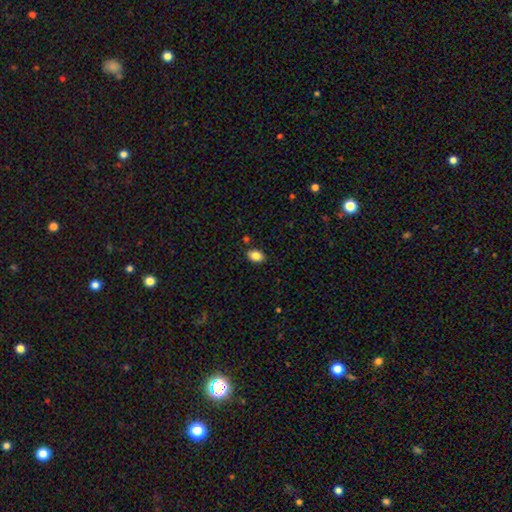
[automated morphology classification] smooth_or_featured: smooth (p=0.85) [alt: star or artifact p=0.09]
how_rounded: in between (p=0.82) [alt: round p=0.17]
merging: none (p=0.87) [alt: minor disturbance p=0.09]